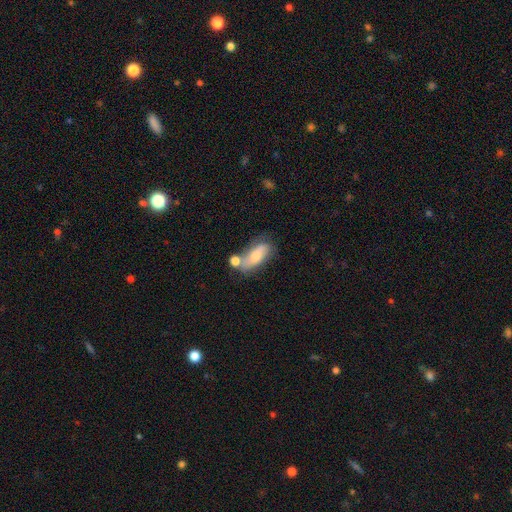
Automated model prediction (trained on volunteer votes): The model was most divided on "merging": none: 40%, merger: 29%, minor disturbance: 20%, major disturbance: 10%. More confident: how rounded — in between (79%); smooth or featured — smooth (62%).